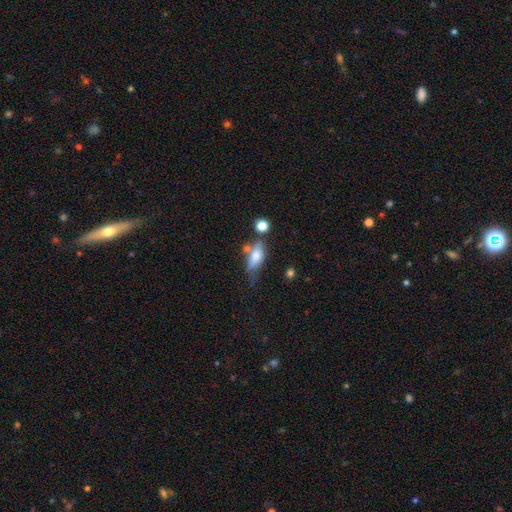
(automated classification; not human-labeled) The model was most divided on "merging": none: 48%, minor disturbance: 24%, merger: 16%, major disturbance: 11%. More confident: smooth or featured — smooth (66%); how rounded — in between (65%).